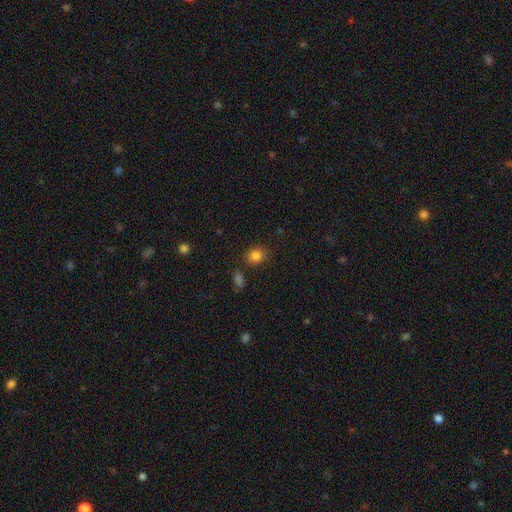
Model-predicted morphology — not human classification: A smooth galaxy with no disk features (83%) that is round (64%).

Vote fractions:
- Smooth or featured? smooth: 83% / star or artifact: 12% / featured or disk: 5%
- How rounded? round: 64% / in between: 35% / cigar-shaped: 1%
- Merging? none: 81% / minor disturbance: 11% / merger: 4% / major disturbance: 3%